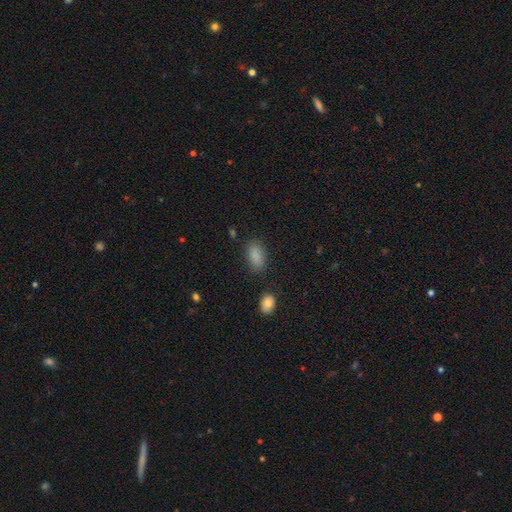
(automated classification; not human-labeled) smooth 88%, star or artifact 8%, featured or disk 4%. Down the decision tree: how rounded — in between (92%); merging — none (82%).